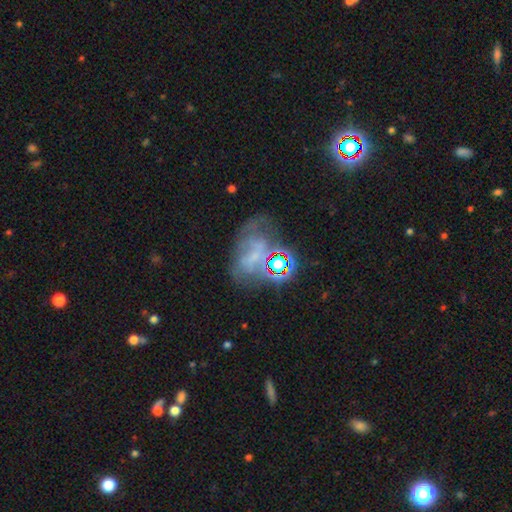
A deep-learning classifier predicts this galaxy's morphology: The model was most divided on "smooth or featured": featured or disk: 40%, star or artifact: 32%, smooth: 27%. Remaining: merging — none (38%).